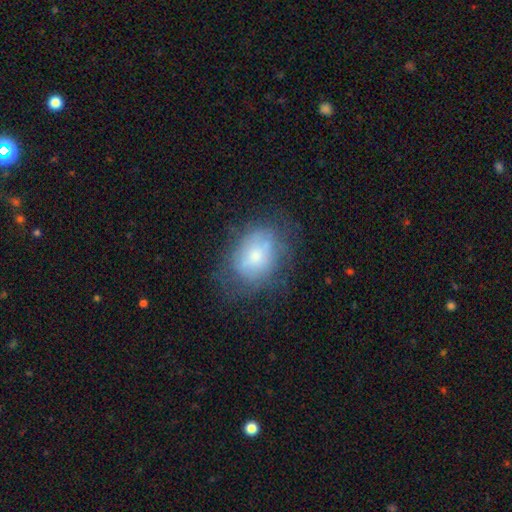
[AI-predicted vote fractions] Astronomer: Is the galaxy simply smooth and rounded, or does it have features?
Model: smooth — 57% (runner-up: featured or disk, 33%).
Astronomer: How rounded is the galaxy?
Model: in between — 68%.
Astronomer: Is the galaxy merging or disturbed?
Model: none — 58%.